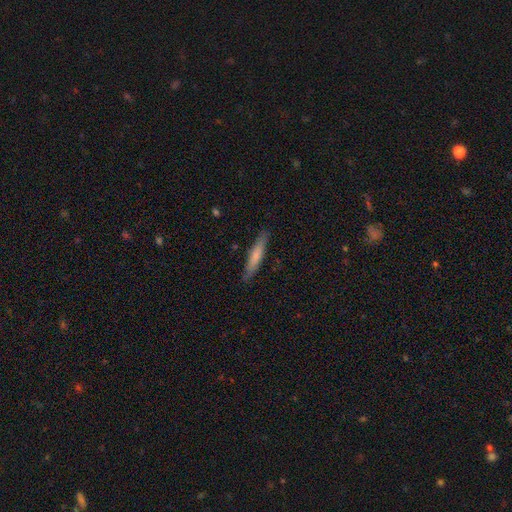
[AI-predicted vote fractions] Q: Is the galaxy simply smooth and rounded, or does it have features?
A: smooth — 68%.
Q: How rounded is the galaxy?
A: cigar-shaped — 92%.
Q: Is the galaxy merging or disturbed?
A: none — 88%.